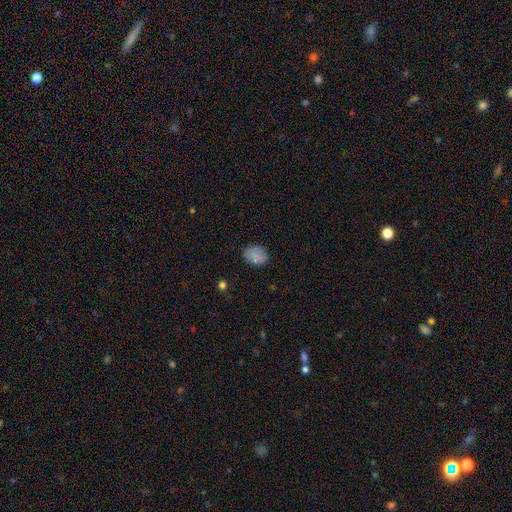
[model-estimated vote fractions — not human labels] Smooth or featured? smooth (80%)
How rounded? in between (60%)
Merging? none (78%)